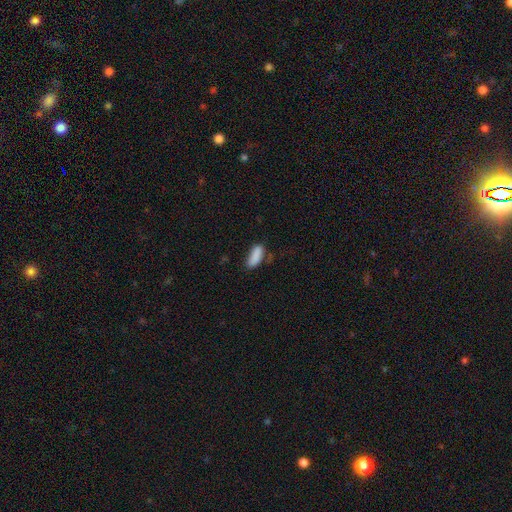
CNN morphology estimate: This appears to be a smooth galaxy with no disk features (87%) that is in between round and cigar-shaped (76%). Merging: none (64%).